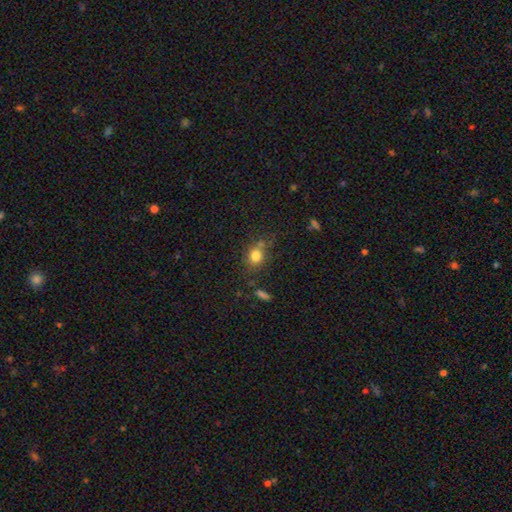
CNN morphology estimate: Smooth or featured: smooth — 79% (star or artifact — 12%)
How rounded: round — 68% (in between — 31%)
Merging: none — 64% (minor disturbance — 17%)